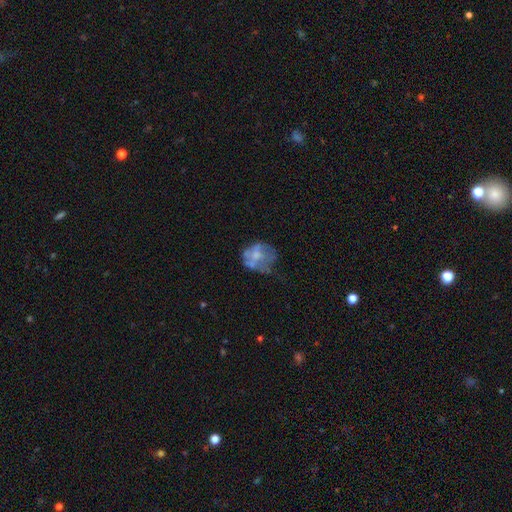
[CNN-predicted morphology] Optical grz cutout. It shows a featured or disk galaxy (49%). Merging: none (38%).